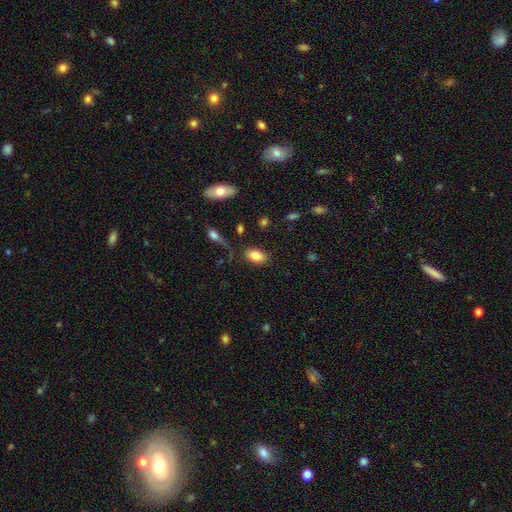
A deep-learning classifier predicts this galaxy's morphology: A smooth galaxy with no disk features (84%) that is in between round and cigar-shaped (90%). Merging: none (79%).